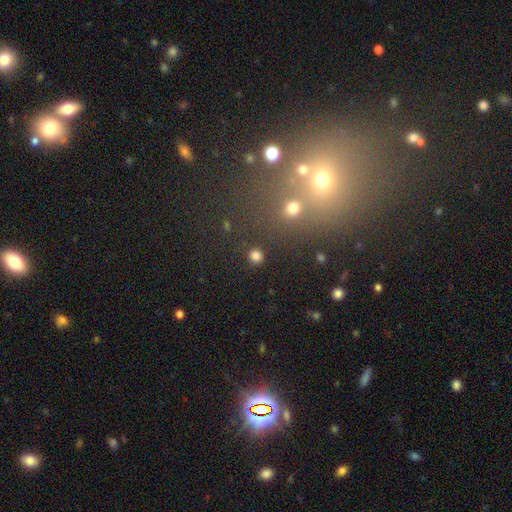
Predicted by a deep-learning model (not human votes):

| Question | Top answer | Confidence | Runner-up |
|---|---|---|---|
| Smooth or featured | smooth | 82% | star or artifact (14%) |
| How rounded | round | 91% | in between (8%) |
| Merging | none | 90% | minor disturbance (6%) |